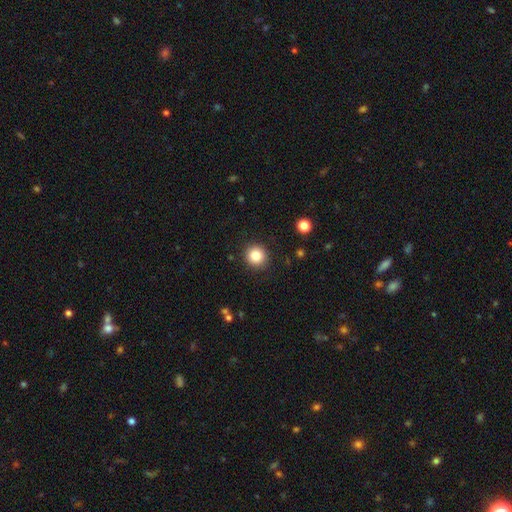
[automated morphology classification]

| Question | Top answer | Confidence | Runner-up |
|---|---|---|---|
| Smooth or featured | smooth | 84% | star or artifact (11%) |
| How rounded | round | 93% | in between (6%) |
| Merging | none | 91% | minor disturbance (6%) |